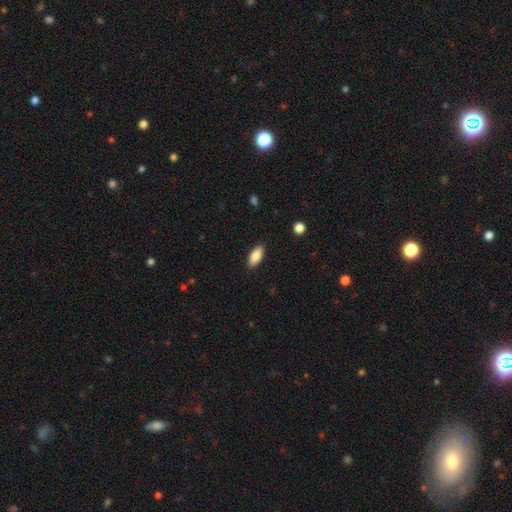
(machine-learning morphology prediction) Q: Smooth or featured?
A: smooth (83%); runner-up: featured or disk (11%)
Q: How rounded?
A: in between (85%); runner-up: cigar-shaped (13%)
Q: Merging?
A: none (89%); runner-up: minor disturbance (8%)